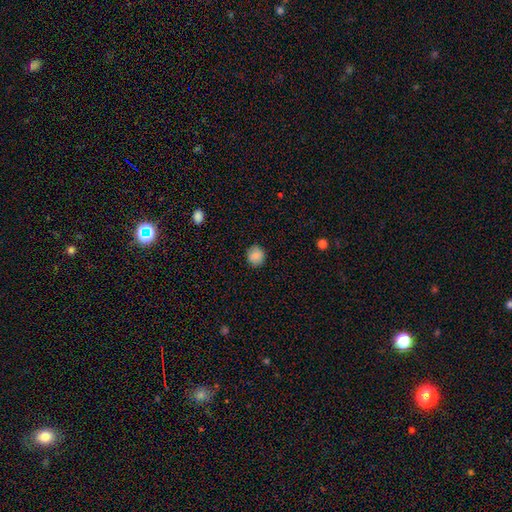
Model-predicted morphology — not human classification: The model was most divided on "how rounded": round: 87%, in between: 12%, cigar-shaped: 1%. More confident: smooth or featured — smooth (87%); merging — none (86%).